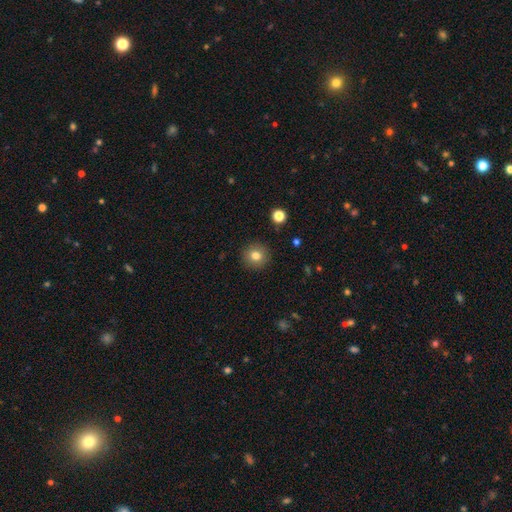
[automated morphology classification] smooth_or_featured: smooth (p=0.80) [alt: star or artifact p=0.11]
how_rounded: round (p=0.94) [alt: in between p=0.05]
merging: none (p=0.91) [alt: minor disturbance p=0.06]